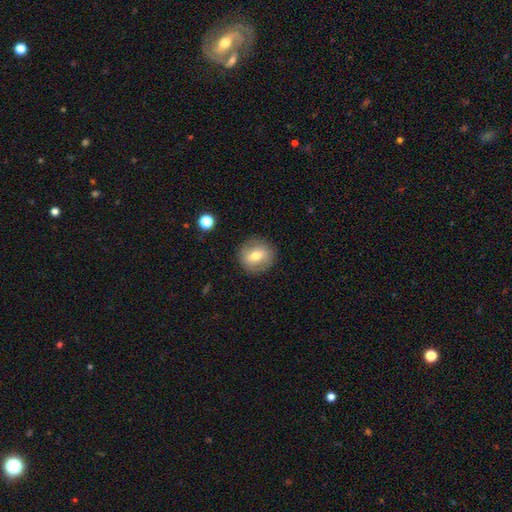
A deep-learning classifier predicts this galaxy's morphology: smooth_or_featured: smooth (p=0.66) [alt: featured or disk p=0.26]
how_rounded: round (p=0.90) [alt: in between p=0.09]
merging: none (p=0.88) [alt: minor disturbance p=0.08]